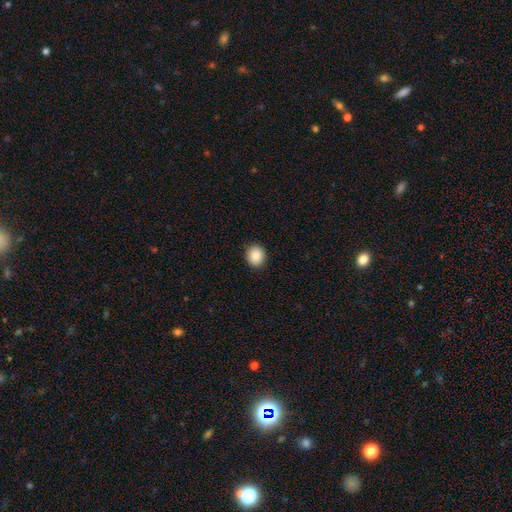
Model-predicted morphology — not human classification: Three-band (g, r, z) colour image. It shows a smooth galaxy with no disk features (87%) that is round (76%). Merging: none (91%).